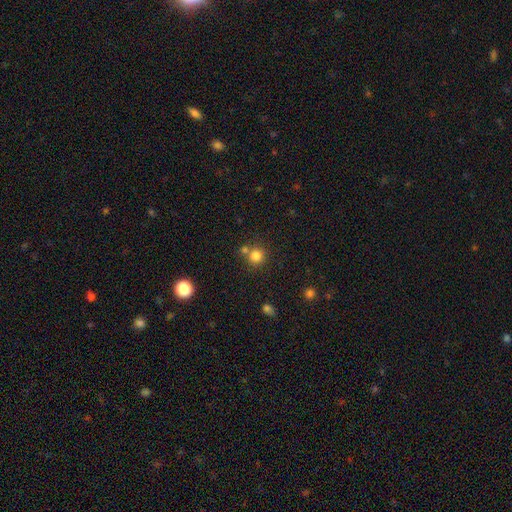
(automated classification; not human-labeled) Smooth or featured?
  - smooth: 81% *
  - star or artifact: 13%
  - featured or disk: 6%
How rounded?
  - round: 91% *
  - in between: 8%
  - cigar-shaped: 1%
Merging?
  - none: 65% *
  - merger: 23%
  - minor disturbance: 8%
  - major disturbance: 3%